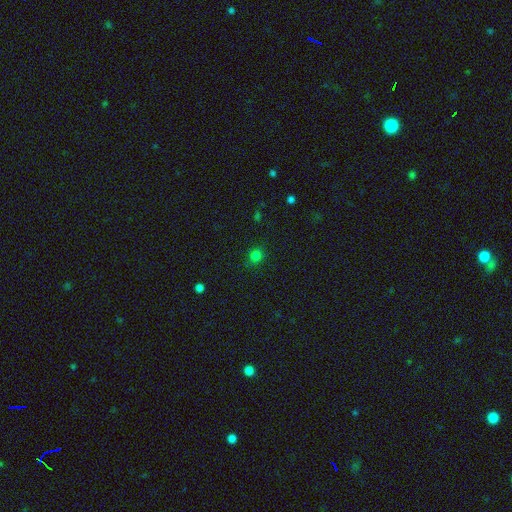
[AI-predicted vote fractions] A smooth galaxy with no disk features (78%) that is round (83%). Merging: none (86%).